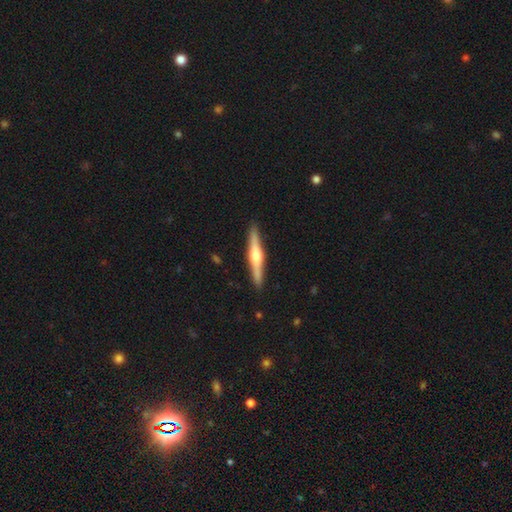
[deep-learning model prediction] featured or disk 70%, smooth 25%, star or artifact 5%. Down the decision tree: edge-on disk — yes (98%); edge-on bulge — rounded (92%); merging — none (91%).